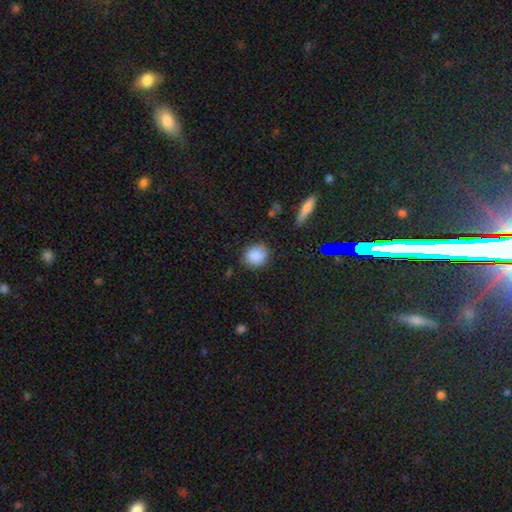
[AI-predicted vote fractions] smooth_or_featured: smooth (p=0.86) [alt: star or artifact p=0.09]
how_rounded: round (p=0.77) [alt: in between p=0.21]
merging: none (p=0.81) [alt: minor disturbance p=0.13]